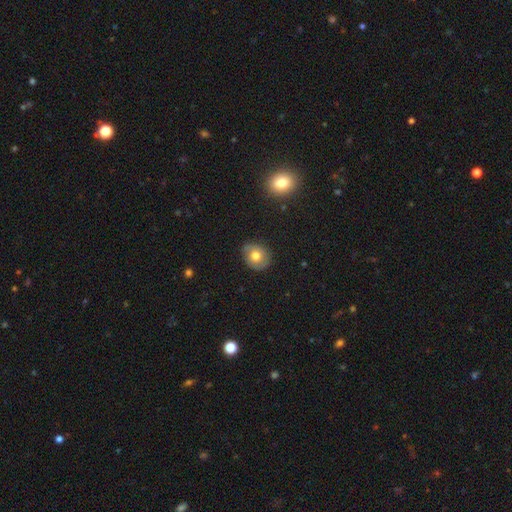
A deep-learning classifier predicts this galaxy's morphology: smooth_or_featured: smooth (p=0.60) [alt: featured or disk p=0.30]
how_rounded: round (p=0.69) [alt: in between p=0.30]
merging: none (p=0.77) [alt: minor disturbance p=0.17]